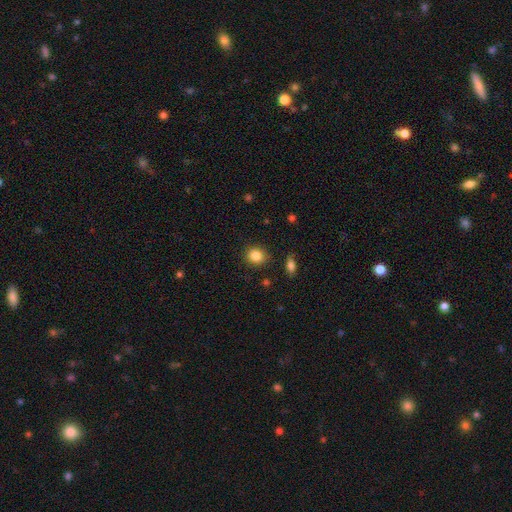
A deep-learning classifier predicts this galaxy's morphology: smooth 86%, star or artifact 10%, featured or disk 5%. Down the decision tree: how rounded — round (75%); merging — none (88%).